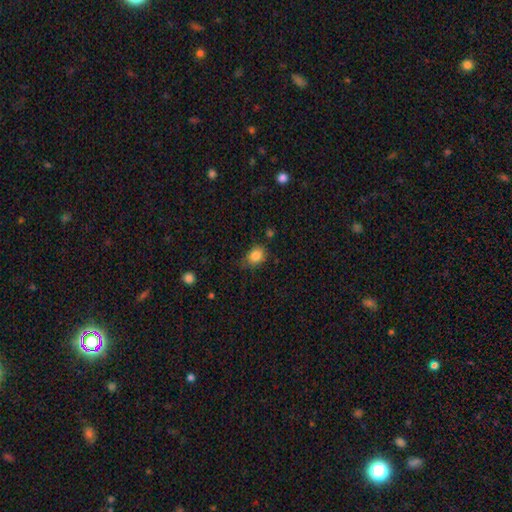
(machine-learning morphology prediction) Q: Smooth or featured?
A: smooth (84%); runner-up: star or artifact (10%)
Q: How rounded?
A: in between (53%); runner-up: round (46%)
Q: Merging?
A: none (66%); runner-up: minor disturbance (25%)